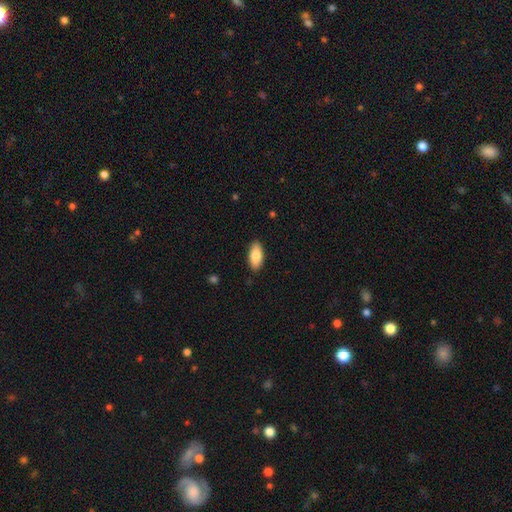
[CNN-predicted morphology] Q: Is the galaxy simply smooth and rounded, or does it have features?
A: smooth — 84%.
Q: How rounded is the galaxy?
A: in between — 88%.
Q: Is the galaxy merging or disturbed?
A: none — 88%.